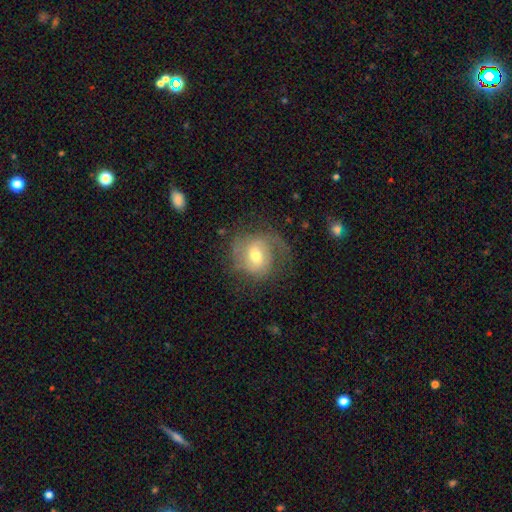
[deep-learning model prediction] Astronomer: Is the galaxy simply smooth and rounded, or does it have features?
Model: featured or disk — 63%.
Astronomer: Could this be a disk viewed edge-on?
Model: no — 97%.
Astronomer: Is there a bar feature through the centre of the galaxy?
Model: weak — 44% (runner-up: no, 43%).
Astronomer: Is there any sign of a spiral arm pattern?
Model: yes — 86%.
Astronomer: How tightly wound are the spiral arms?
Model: medium — 42% (runner-up: tight, 32%).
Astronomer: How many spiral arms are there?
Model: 2 — 54%.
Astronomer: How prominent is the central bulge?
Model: moderate — 65%.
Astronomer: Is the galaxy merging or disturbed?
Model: none — 55%.